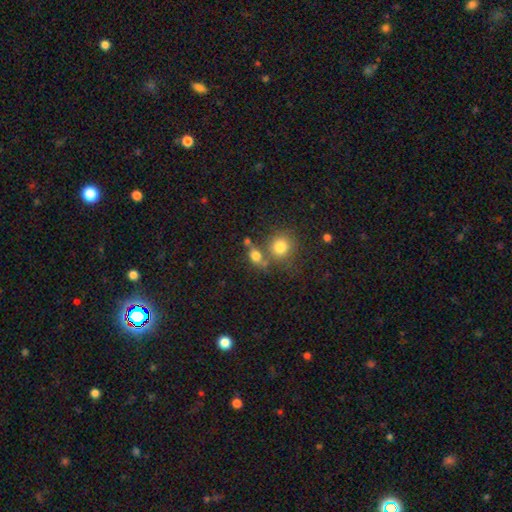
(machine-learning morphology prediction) The model was most divided on "how rounded": in between: 49%, round: 48%, cigar-shaped: 3%. Remaining: smooth or featured — smooth (75%); merging — none (47%).